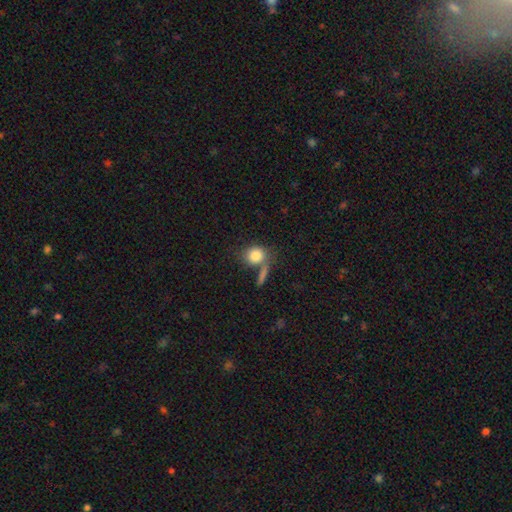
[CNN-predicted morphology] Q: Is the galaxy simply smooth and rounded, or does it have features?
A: smooth — 82%.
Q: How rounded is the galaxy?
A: round — 72%.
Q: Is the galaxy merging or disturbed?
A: none — 55%.